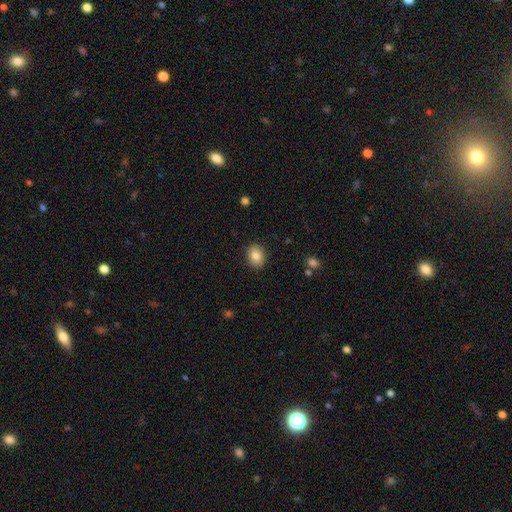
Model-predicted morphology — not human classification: Smooth or featured?
  - smooth: 83% *
  - featured or disk: 9%
  - star or artifact: 8%
How rounded?
  - in between: 55% *
  - round: 44%
  - cigar-shaped: 1%
Merging?
  - none: 89% *
  - minor disturbance: 8%
  - major disturbance: 2%
  - merger: 1%